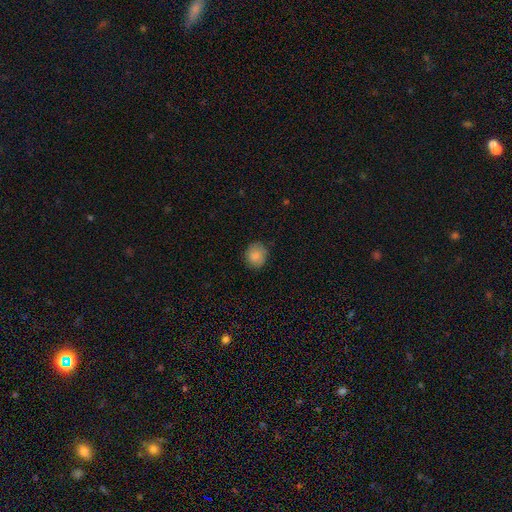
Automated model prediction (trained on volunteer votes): Q: Smooth or featured?
A: smooth (87%); runner-up: star or artifact (8%)
Q: How rounded?
A: round (76%); runner-up: in between (24%)
Q: Merging?
A: none (83%); runner-up: minor disturbance (13%)